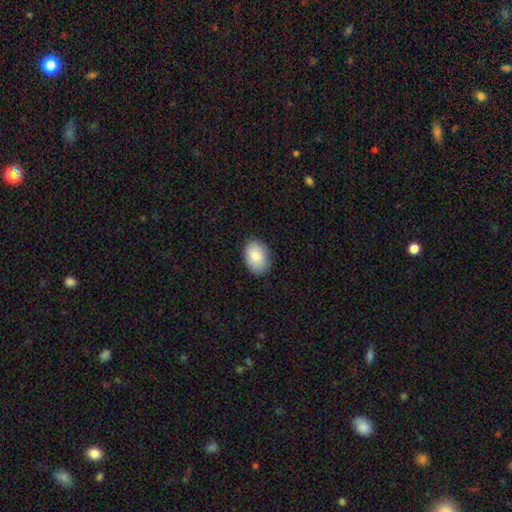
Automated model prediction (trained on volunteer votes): Smooth or featured? smooth (82%)
How rounded? in between (79%)
Merging? none (85%)